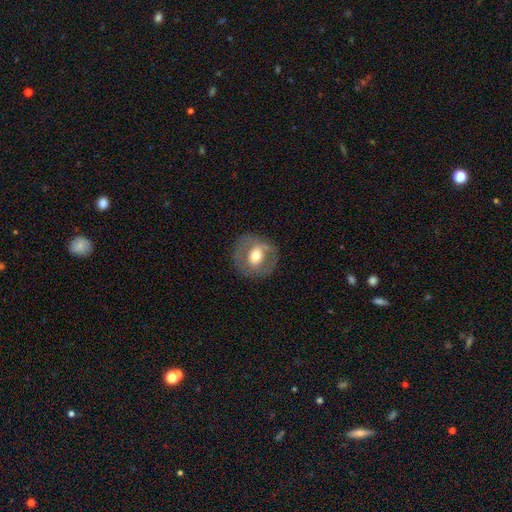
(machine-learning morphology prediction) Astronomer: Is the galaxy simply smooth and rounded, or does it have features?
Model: featured or disk — 48% (runner-up: smooth, 45%).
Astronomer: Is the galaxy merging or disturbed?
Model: none — 79%.